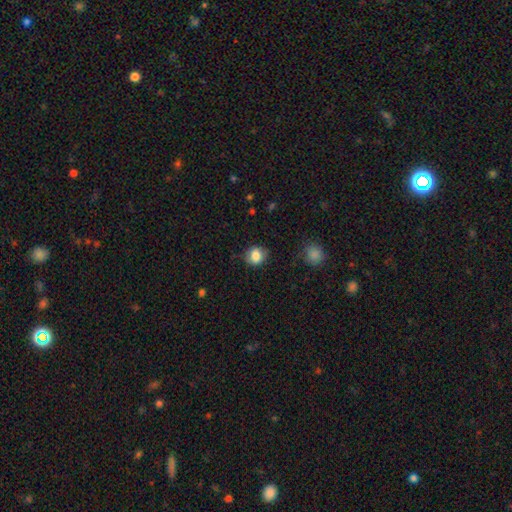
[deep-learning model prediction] A smooth galaxy with no disk features (84%) that is round (72%).

Vote fractions:
- Smooth or featured? smooth: 84% / star or artifact: 9% / featured or disk: 7%
- How rounded? round: 72% / in between: 27% / cigar-shaped: 1%
- Merging? none: 76% / minor disturbance: 18% / major disturbance: 4% / merger: 2%